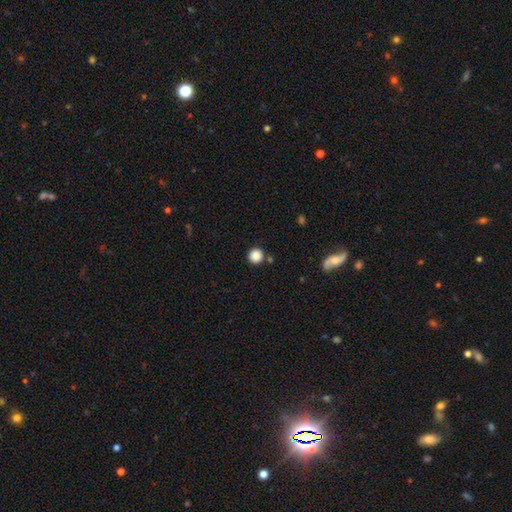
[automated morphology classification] A smooth galaxy with no disk features (87%) that is round (95%). Merging: none (85%).